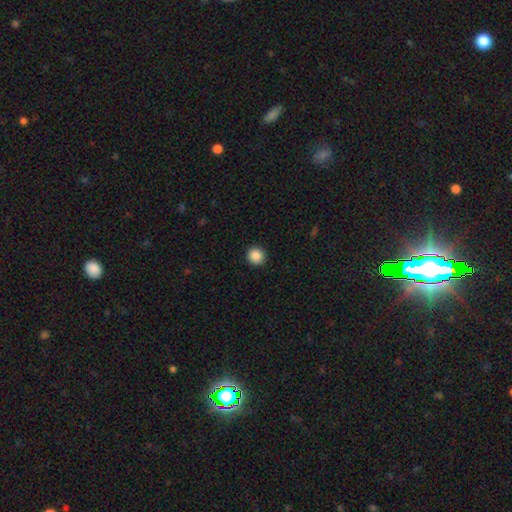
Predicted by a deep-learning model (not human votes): smooth-or-featured: smooth: 88% | star or artifact: 9% | featured or disk: 3%
  how-rounded: round: 92% | in between: 7% | cigar-shaped: 1%
  merging: none: 92% | minor disturbance: 5% | major disturbance: 2% | merger: 1%